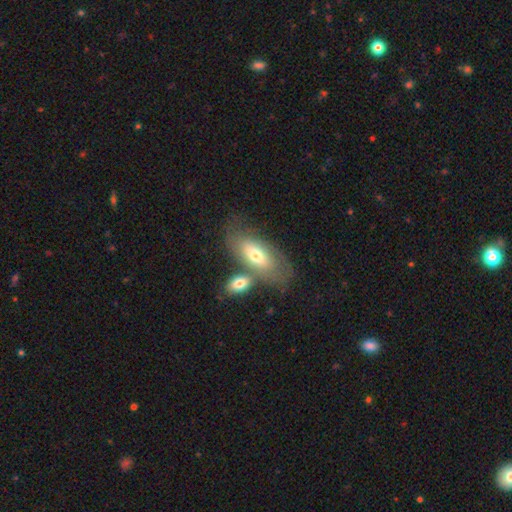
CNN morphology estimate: Q: Smooth or featured?
A: smooth (59%); runner-up: featured or disk (34%)
Q: How rounded?
A: in between (86%); runner-up: cigar-shaped (11%)
Q: Merging?
A: none (44%); runner-up: merger (34%)